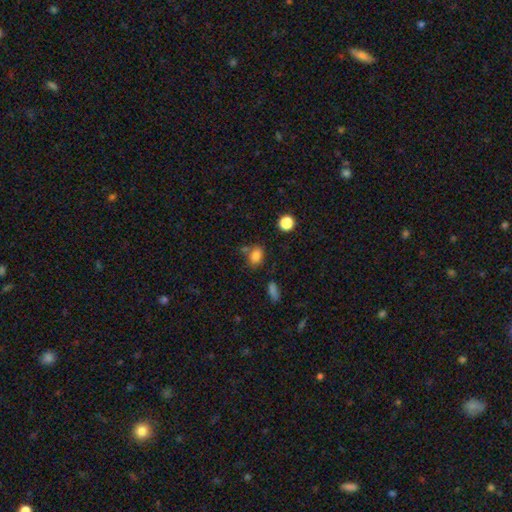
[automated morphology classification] smooth 81%, star or artifact 12%, featured or disk 7%. Down the decision tree: how rounded — in between (70%); merging — none (62%).